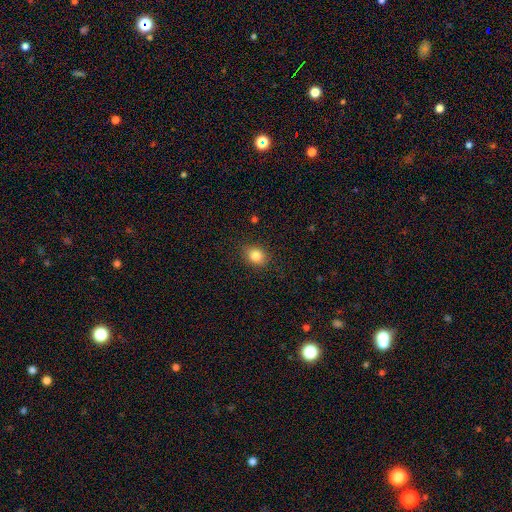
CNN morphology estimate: This is clearly a smooth galaxy (84%). How rounded: possibly round (54%). Merging: clearly none (88%).